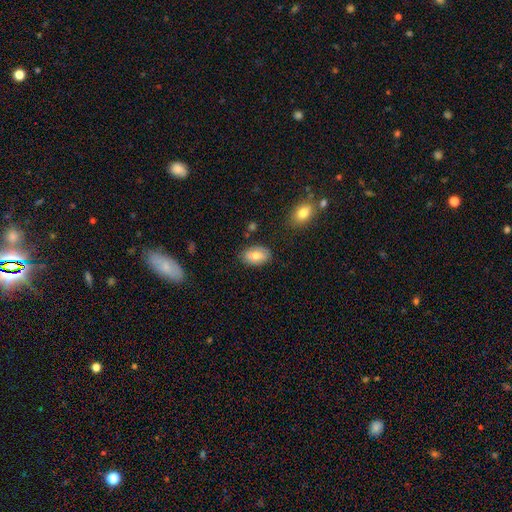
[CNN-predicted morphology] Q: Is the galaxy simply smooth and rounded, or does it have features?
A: smooth — 74%.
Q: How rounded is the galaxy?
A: in between — 90%.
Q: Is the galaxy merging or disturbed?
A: none — 81%.